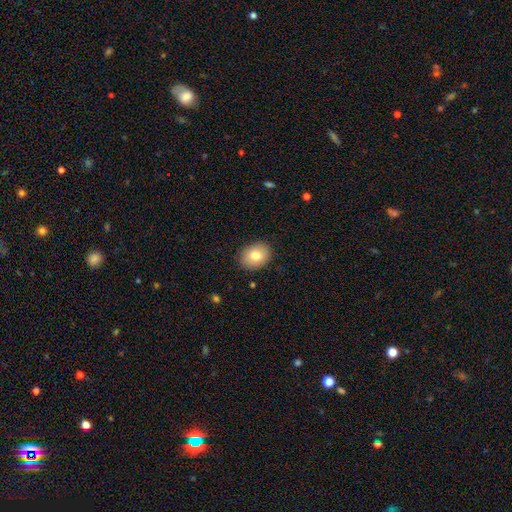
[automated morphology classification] This is likely a smooth galaxy (79%). How rounded: possibly in between (58%). Merging: clearly none (88%).